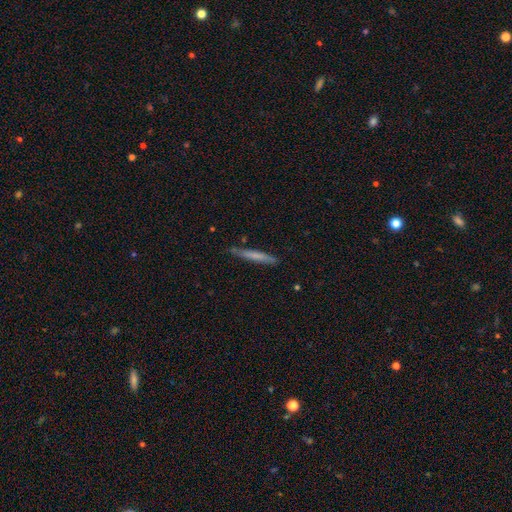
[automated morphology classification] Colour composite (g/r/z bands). It shows a smooth galaxy with no disk features (65%) that is cigar-shaped (96%). Merging: none (83%).